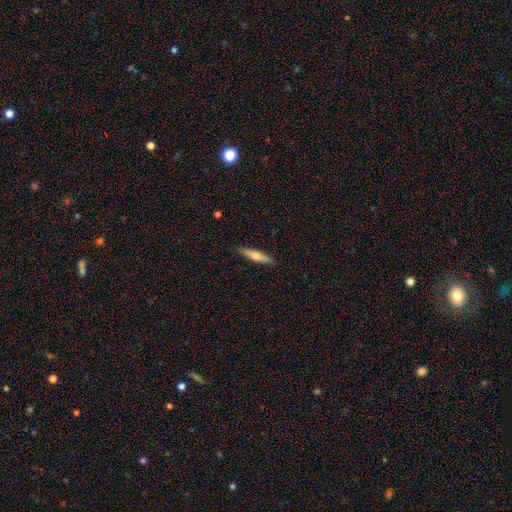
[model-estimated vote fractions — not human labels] Overall: smooth (64%; featured or disk 30%). How rounded: cigar-shaped (82%). Merging: none (90%).